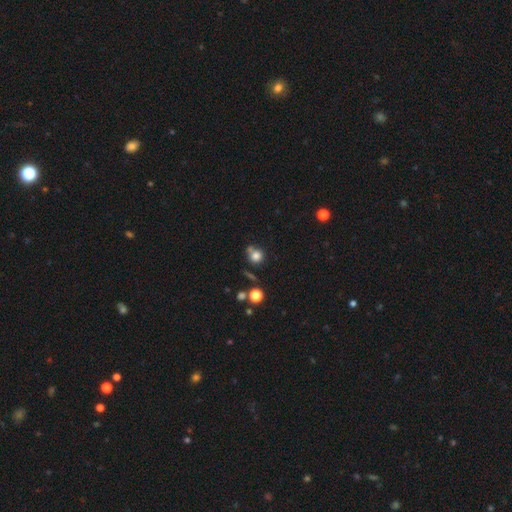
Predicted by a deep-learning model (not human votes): This is likely a smooth galaxy (78%). How rounded: clearly round (88%). Merging: possibly none (59%).